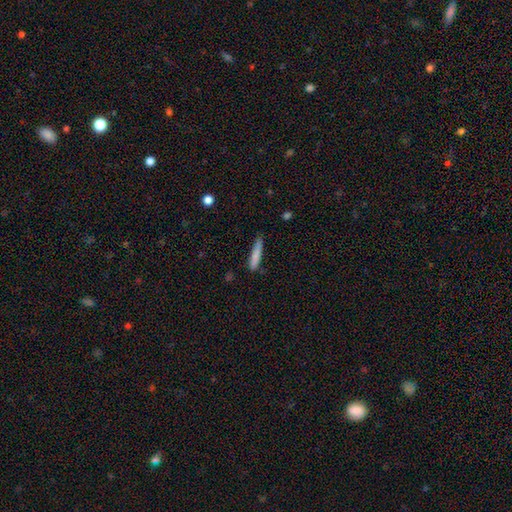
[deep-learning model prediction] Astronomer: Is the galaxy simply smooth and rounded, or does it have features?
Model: smooth — 81%.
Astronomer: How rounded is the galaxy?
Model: cigar-shaped — 91%.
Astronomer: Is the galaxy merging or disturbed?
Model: none — 72%.